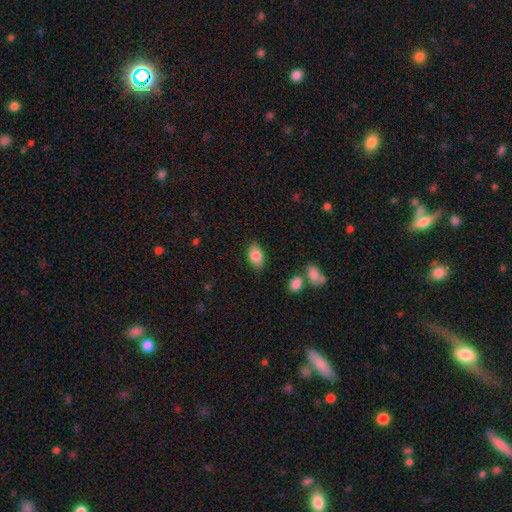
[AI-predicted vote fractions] Smooth or featured? Predicted: smooth (p=0.85). How rounded? Predicted: in between (p=0.90). Merging? Predicted: none (p=0.84).